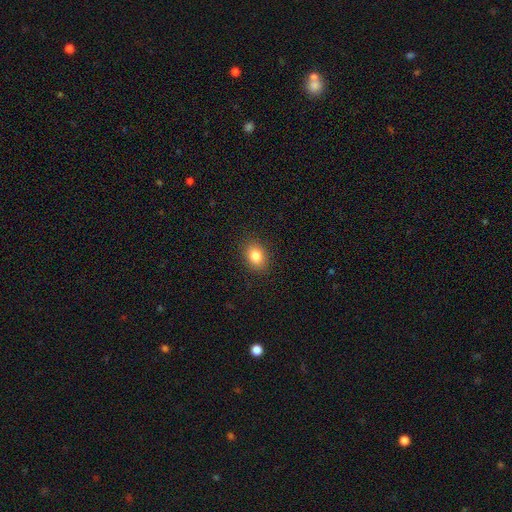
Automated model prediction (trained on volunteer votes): Smooth or featured? smooth (83%)
How rounded? in between (64%)
Merging? none (89%)